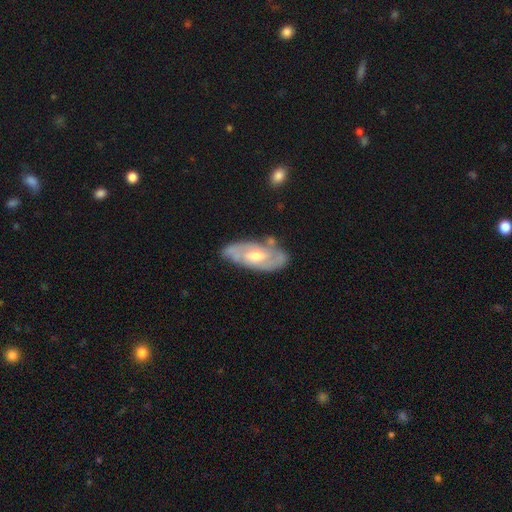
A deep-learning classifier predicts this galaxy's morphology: smooth_or_featured: featured or disk (p=0.76) [alt: smooth p=0.19]
disk_edge_on: no (p=0.90) [alt: yes p=0.10]
bar: weak (p=0.46) [alt: no p=0.42]
has_spiral_arms: yes (p=0.84) [alt: no p=0.16]
spiral_winding: tight (p=0.48) [alt: medium p=0.39]
spiral_arm_count: 2 (p=0.58) [alt: can't tell p=0.28]
bulge_size: moderate (p=0.67) [alt: small p=0.25]
merging: none (p=0.70) [alt: minor disturbance p=0.20]